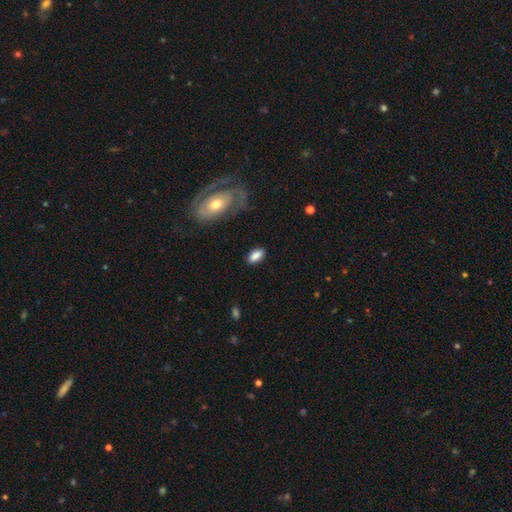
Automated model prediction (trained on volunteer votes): Morphology: type=smooth (85%); roundness=in between (91%); merging=none (83%).